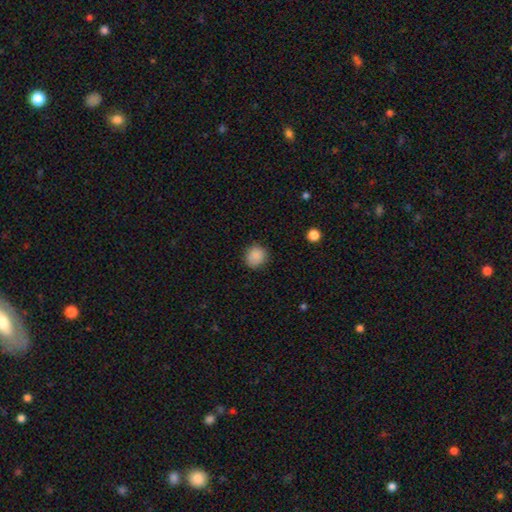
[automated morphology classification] smooth-or-featured: smooth: 87% | star or artifact: 9% | featured or disk: 4%
  how-rounded: round: 86% | in between: 13% | cigar-shaped: 1%
  merging: none: 87% | minor disturbance: 9% | major disturbance: 2% | merger: 1%